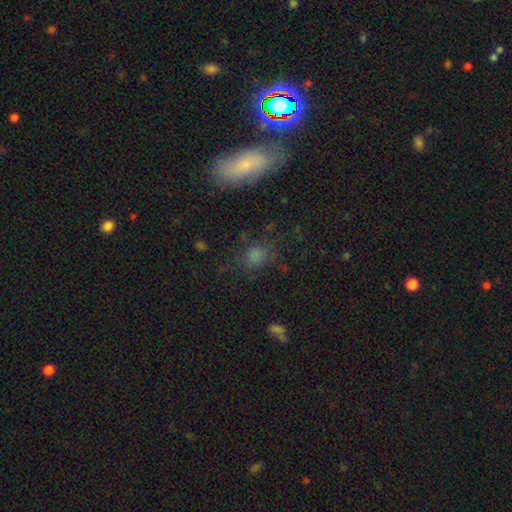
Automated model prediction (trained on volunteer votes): Q: Smooth or featured?
A: smooth (70%); runner-up: star or artifact (21%)
Q: How rounded?
A: round (49%); runner-up: in between (48%)
Q: Merging?
A: none (69%); runner-up: minor disturbance (18%)